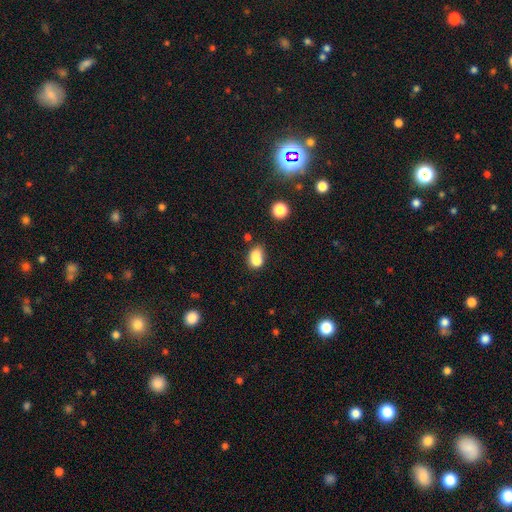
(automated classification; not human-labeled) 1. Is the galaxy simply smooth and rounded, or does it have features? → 72% smooth, 17% featured or disk, 11% star or artifact.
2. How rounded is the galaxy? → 59% in between, 40% round, 2% cigar-shaped.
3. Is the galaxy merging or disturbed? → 53% merger, 30% none, 12% minor disturbance, 5% major disturbance.